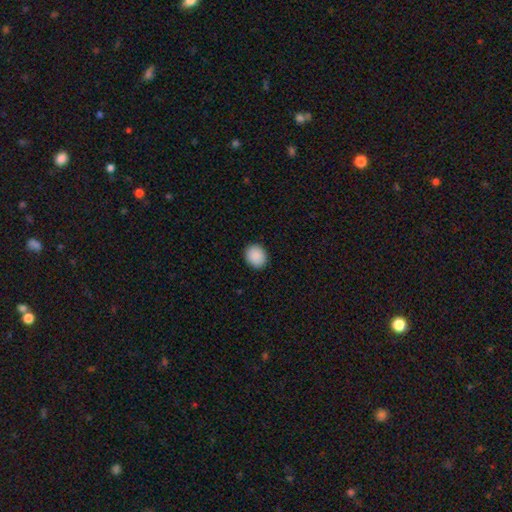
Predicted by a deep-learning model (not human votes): Q: Smooth or featured?
A: smooth (90%); runner-up: star or artifact (8%)
Q: How rounded?
A: round (61%); runner-up: in between (39%)
Q: Merging?
A: none (90%); runner-up: minor disturbance (7%)